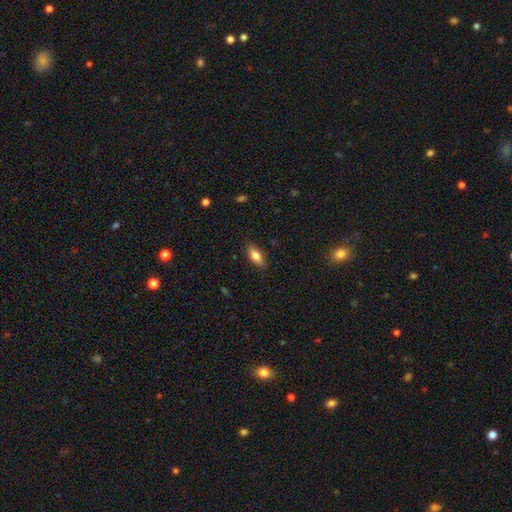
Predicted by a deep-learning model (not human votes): This is clearly a smooth galaxy (80%). How rounded: clearly in between (84%). Merging: clearly none (84%).